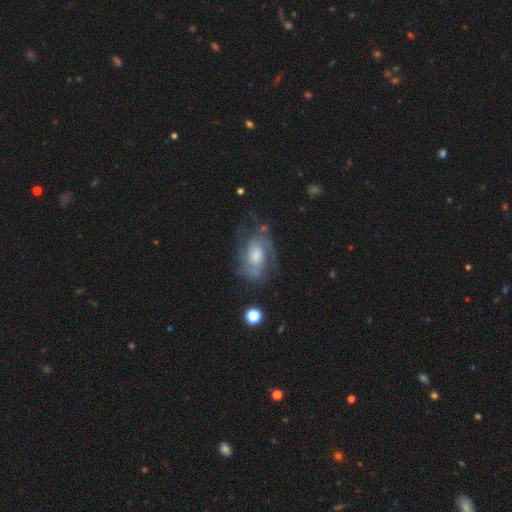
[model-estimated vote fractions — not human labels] The model was most divided on "bulge size": moderate: 41%, small: 39%, large: 12%, none: 7%, dominant: 2%. Remaining: edge-on disk — no (97%); spiral arms — yes (94%); smooth or featured — featured or disk (82%); merging — none (65%); spiral arm count — 2 (65%); bar — no (61%); spiral winding — medium (45%).